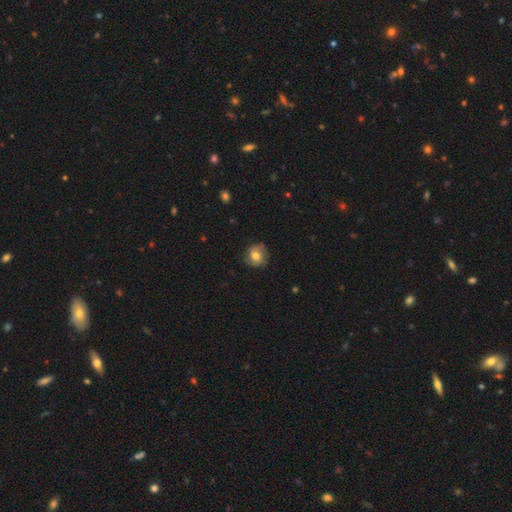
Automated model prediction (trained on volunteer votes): This is possibly a smooth galaxy (55%). How rounded: clearly round (81%). Merging: likely none (75%).